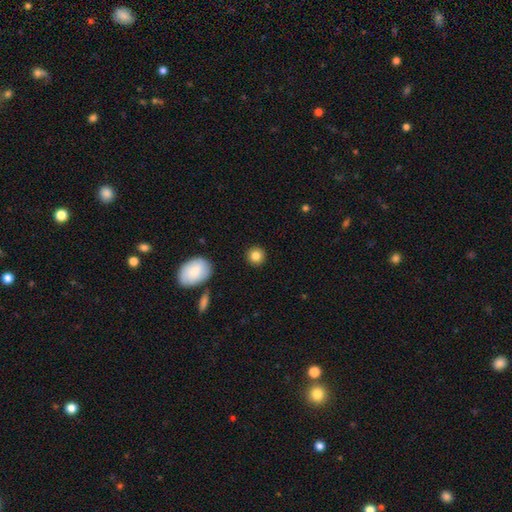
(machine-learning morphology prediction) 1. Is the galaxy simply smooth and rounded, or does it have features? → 84% smooth, 10% star or artifact, 6% featured or disk.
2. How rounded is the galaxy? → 92% round, 7% in between, 1% cigar-shaped.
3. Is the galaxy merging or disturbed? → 91% none, 6% minor disturbance, 2% major disturbance, 2% merger.